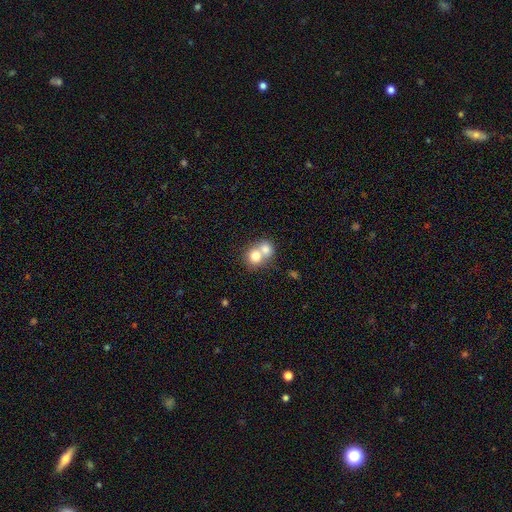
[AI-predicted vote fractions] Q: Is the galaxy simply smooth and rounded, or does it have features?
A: smooth — 73%.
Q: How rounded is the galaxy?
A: round — 74%.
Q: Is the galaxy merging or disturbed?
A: merger — 71%.